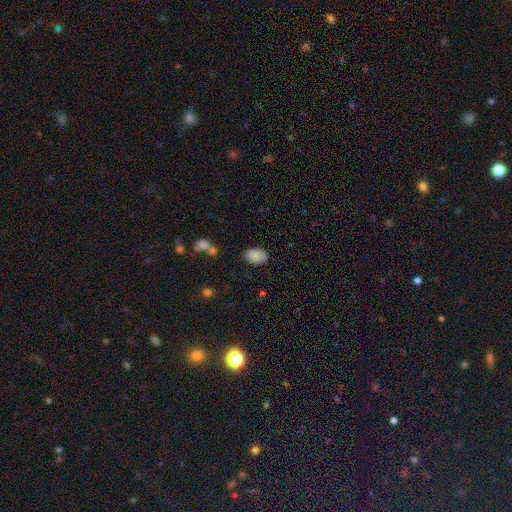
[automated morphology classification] Smooth or featured? Predicted: smooth (p=0.86). How rounded? Predicted: in between (p=0.86). Merging? Predicted: none (p=0.83).